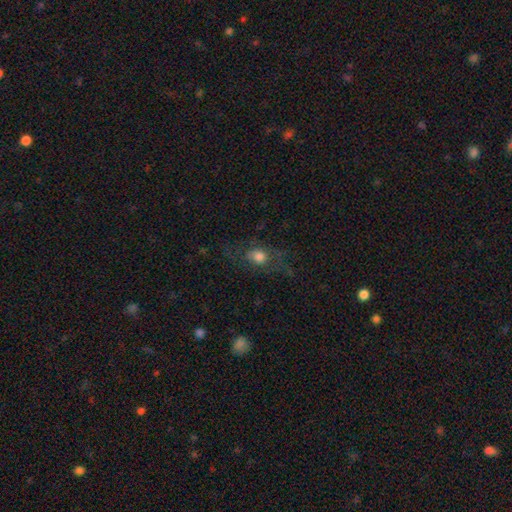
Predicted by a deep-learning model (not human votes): Smooth or featured? Predicted: smooth (p=0.36, tied with featured or disk). Merging? Predicted: none (p=0.72).